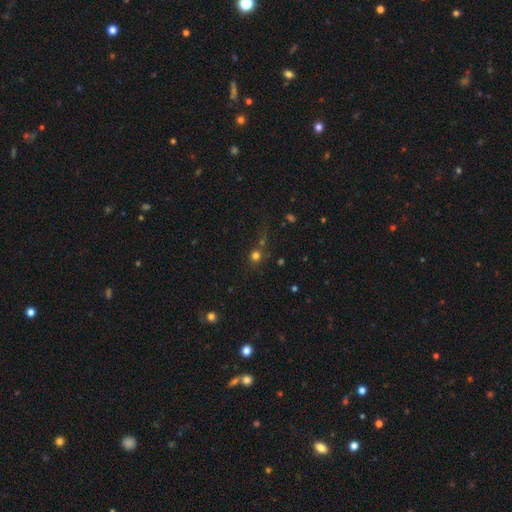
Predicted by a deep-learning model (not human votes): This appears to be a smooth galaxy with no disk features (69%) that is round (89%). Merging: none (65%).